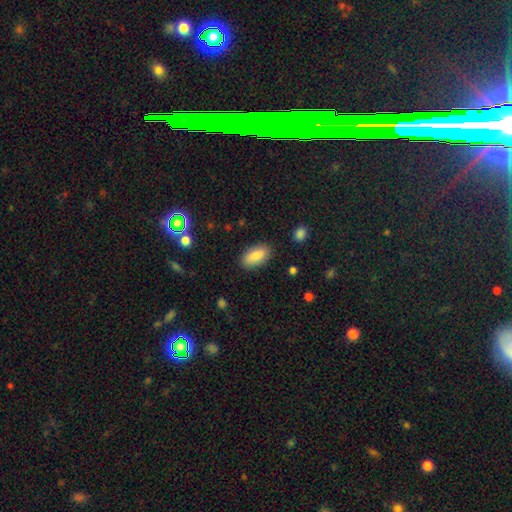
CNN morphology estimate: Smooth or featured? smooth (85%)
How rounded? in between (91%)
Merging? none (85%)